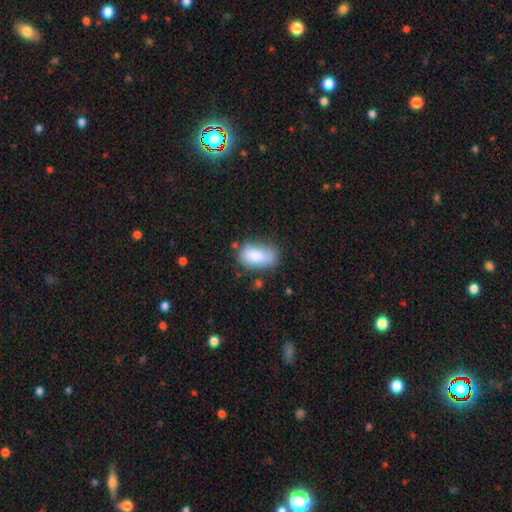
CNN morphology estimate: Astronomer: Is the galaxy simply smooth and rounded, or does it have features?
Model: smooth — 83%.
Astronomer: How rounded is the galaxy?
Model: in between — 92%.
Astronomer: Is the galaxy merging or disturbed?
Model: none — 56%.